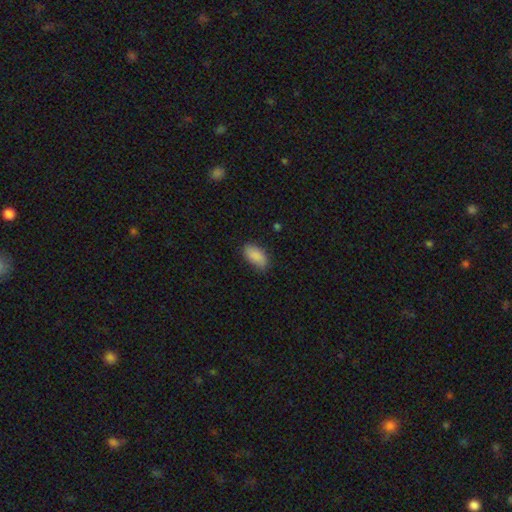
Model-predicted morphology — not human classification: Smooth or featured? Predicted: smooth (p=0.88). How rounded? Predicted: in between (p=0.93). Merging? Predicted: none (p=0.78).